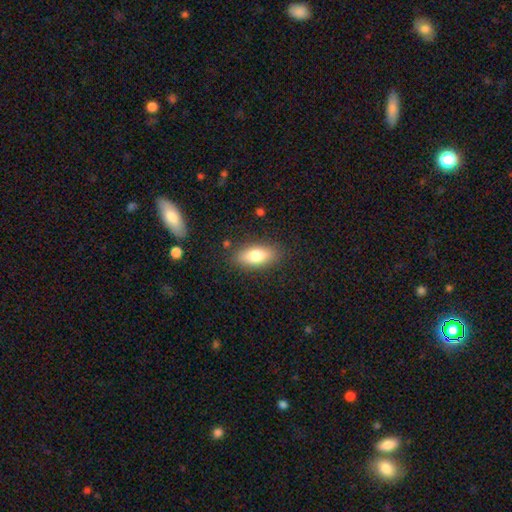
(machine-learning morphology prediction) smooth_or_featured: smooth (p=0.77) [alt: featured or disk p=0.16]
how_rounded: in between (p=0.84) [alt: cigar-shaped p=0.13]
merging: none (p=0.84) [alt: minor disturbance p=0.11]